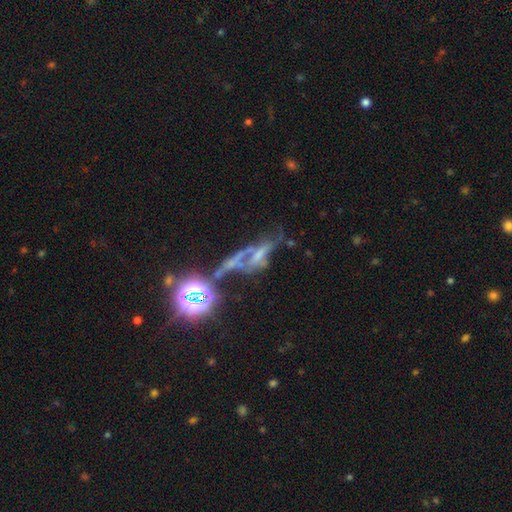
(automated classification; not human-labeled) This is marginally a featured or disk galaxy (44%). Merging: marginally major disturbance (33%).